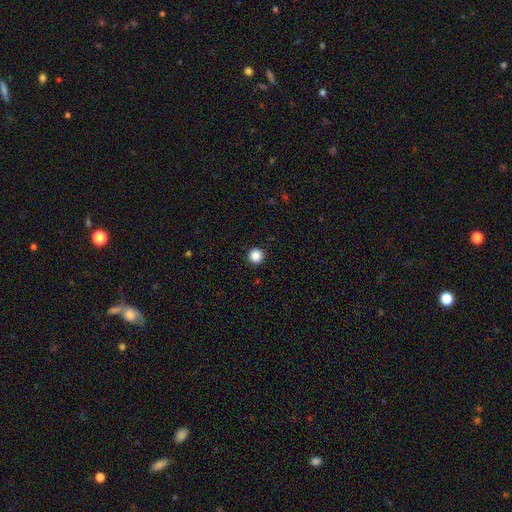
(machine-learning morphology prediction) The model was most divided on "smooth or featured": smooth: 87%, star or artifact: 10%, featured or disk: 2%. More confident: how rounded — round (97%); merging — none (93%).